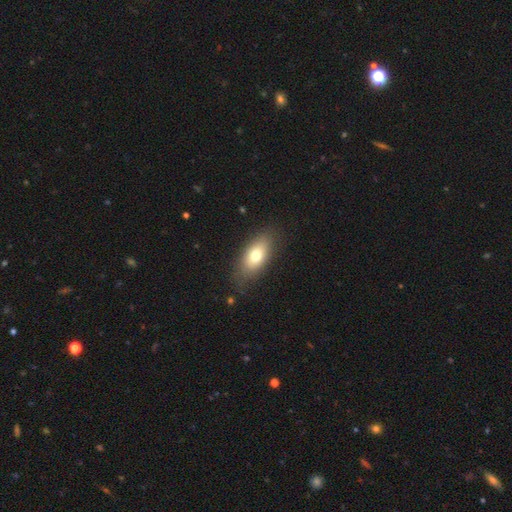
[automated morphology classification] smooth_or_featured: smooth (p=0.72) [alt: featured or disk p=0.20]
how_rounded: in between (p=0.84) [alt: cigar-shaped p=0.10]
merging: none (p=0.80) [alt: minor disturbance p=0.15]